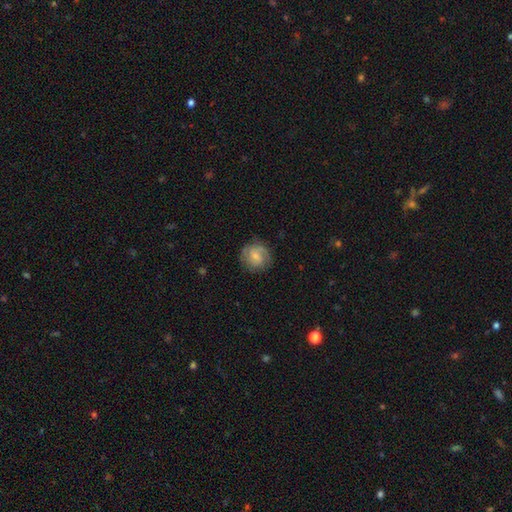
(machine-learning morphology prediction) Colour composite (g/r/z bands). It shows a smooth galaxy with no disk features (52%) that is round (87%). Merging: none (75%).